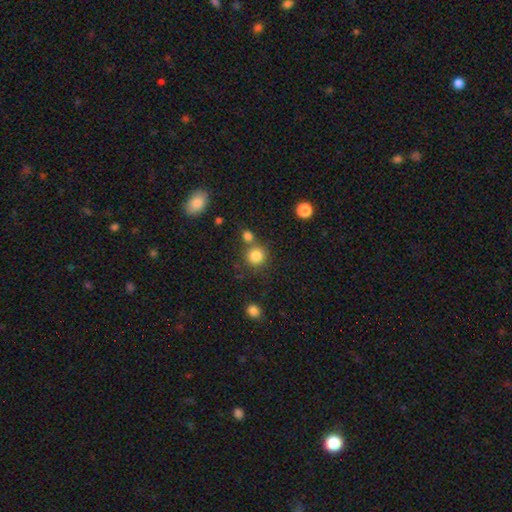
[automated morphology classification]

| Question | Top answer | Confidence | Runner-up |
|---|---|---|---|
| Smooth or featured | smooth | 83% | star or artifact (11%) |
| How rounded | round | 89% | in between (10%) |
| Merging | none | 67% | merger (21%) |